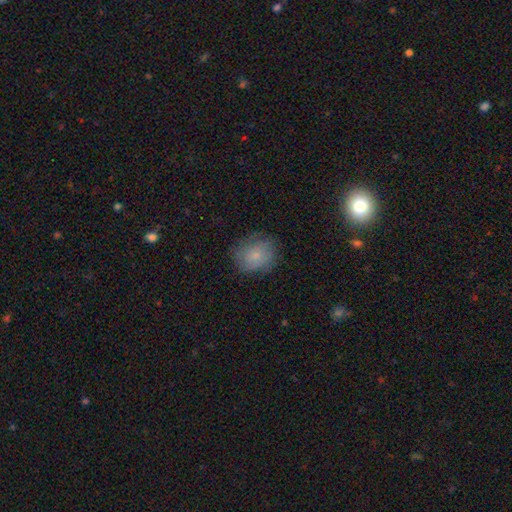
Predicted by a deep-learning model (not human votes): A smooth galaxy with no disk features (75%) that is round (66%). Merging: none (74%).